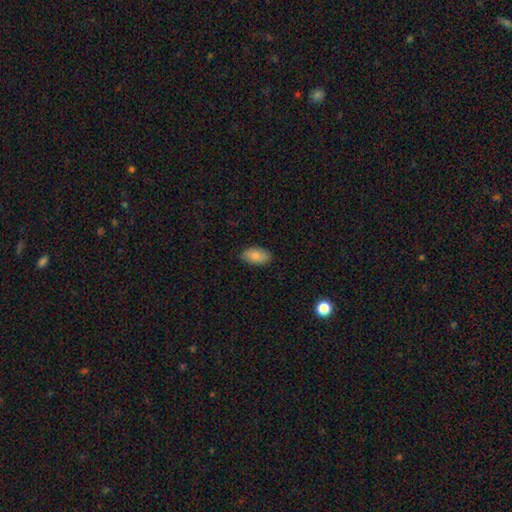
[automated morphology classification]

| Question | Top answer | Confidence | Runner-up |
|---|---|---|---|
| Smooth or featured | smooth | 87% | star or artifact (7%) |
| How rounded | in between | 94% | round (3%) |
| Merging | none | 85% | minor disturbance (12%) |